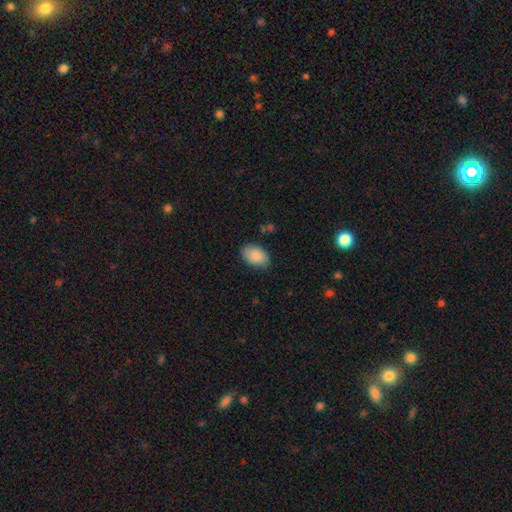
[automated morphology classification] Smooth or featured?
  - smooth: 89% *
  - star or artifact: 6%
  - featured or disk: 5%
How rounded?
  - in between: 90% *
  - round: 9%
  - cigar-shaped: 1%
Merging?
  - none: 82% *
  - minor disturbance: 14%
  - major disturbance: 3%
  - merger: 1%